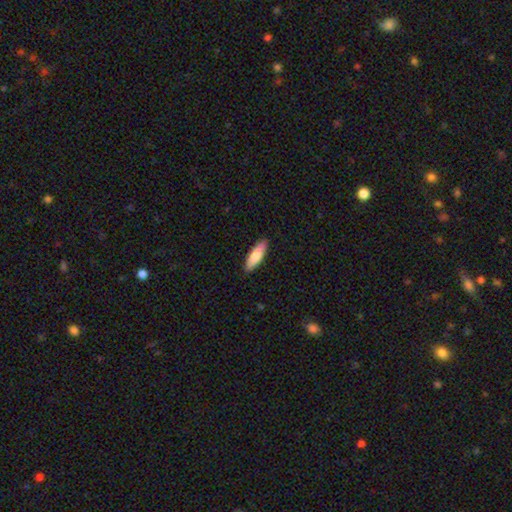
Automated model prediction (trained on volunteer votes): Overall: smooth (78%). How rounded: cigar-shaped (49%, tied with in between). Merging: none (89%).